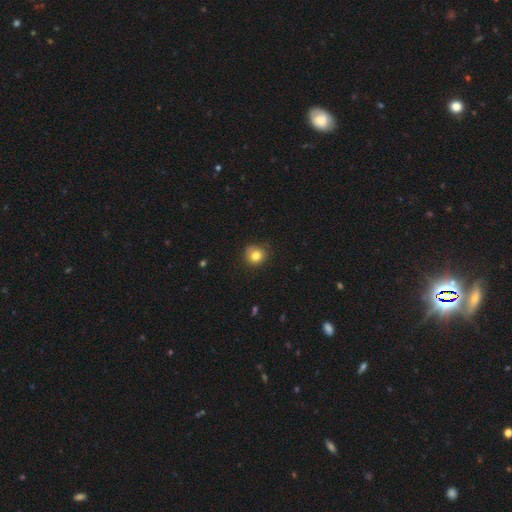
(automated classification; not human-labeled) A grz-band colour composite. It shows a smooth galaxy with no disk features (81%) that is round (88%). Merging: none (79%).